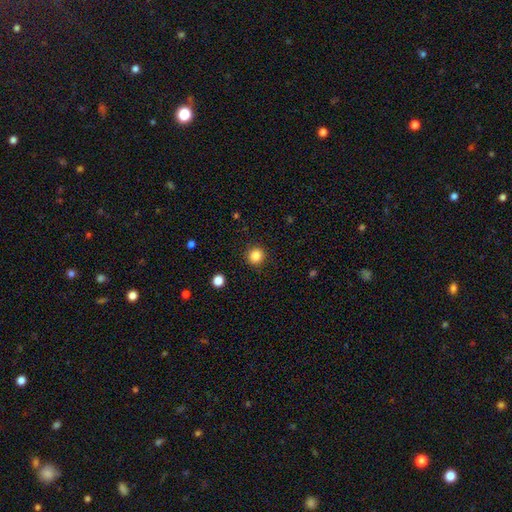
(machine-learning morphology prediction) Q: Smooth or featured?
A: smooth (85%); runner-up: star or artifact (11%)
Q: How rounded?
A: round (93%); runner-up: in between (6%)
Q: Merging?
A: none (91%); runner-up: minor disturbance (6%)